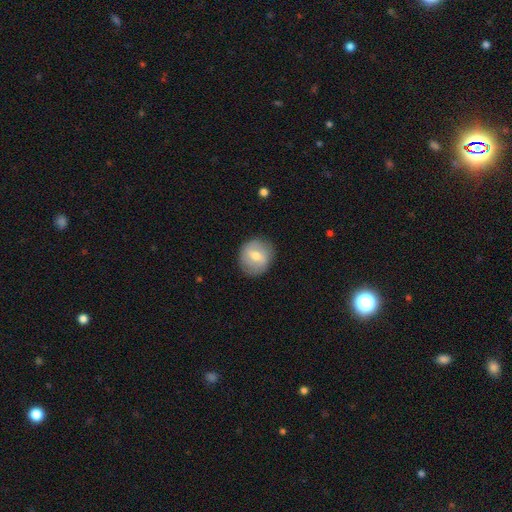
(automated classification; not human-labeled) This is possibly a smooth galaxy (57%). How rounded: clearly round (84%). Merging: clearly none (84%).